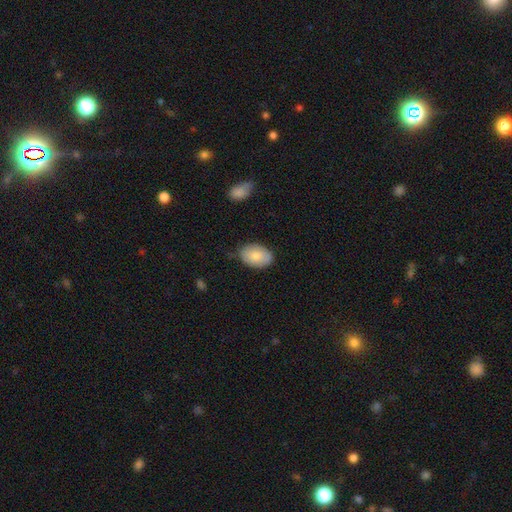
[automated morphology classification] Q: Smooth or featured?
A: smooth (83%); runner-up: featured or disk (11%)
Q: How rounded?
A: in between (87%); runner-up: round (12%)
Q: Merging?
A: none (75%); runner-up: minor disturbance (20%)